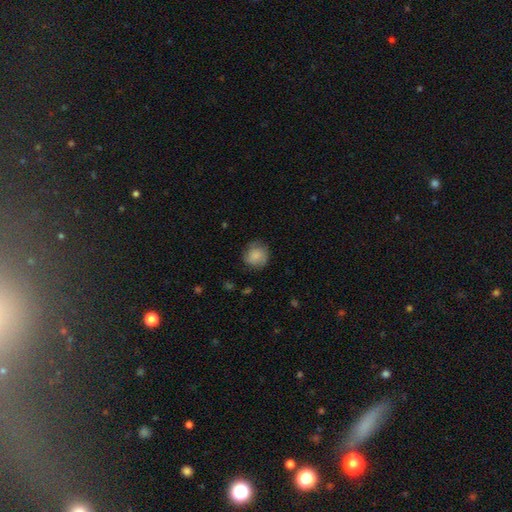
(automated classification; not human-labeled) A smooth galaxy with no disk features (82%) that is round (86%). Merging: none (75%).